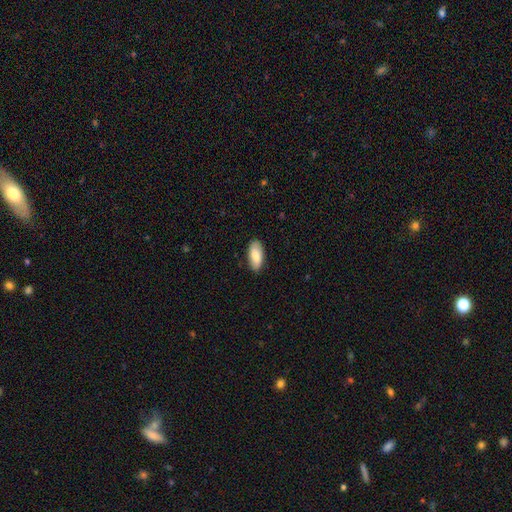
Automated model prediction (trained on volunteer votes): Smooth or featured?
  - smooth: 79% *
  - featured or disk: 15%
  - star or artifact: 6%
How rounded?
  - in between: 89% *
  - cigar-shaped: 8%
  - round: 2%
Merging?
  - none: 86% *
  - minor disturbance: 11%
  - major disturbance: 2%
  - merger: 1%